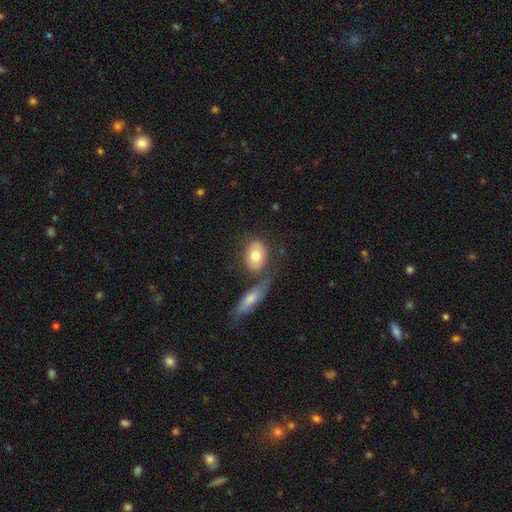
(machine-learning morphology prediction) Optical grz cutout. It shows a smooth galaxy with no disk features (73%) that is in between round and cigar-shaped (70%). Merging: none (47%).